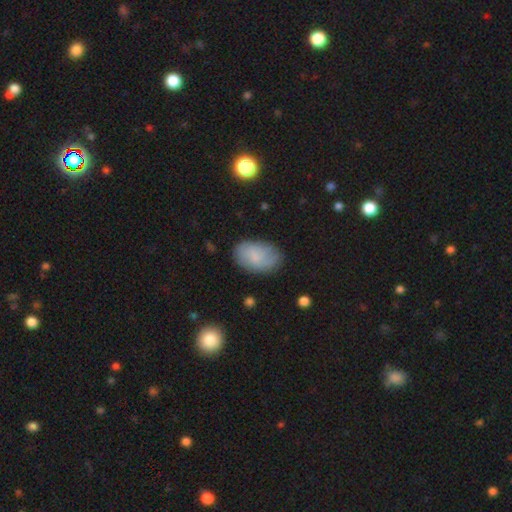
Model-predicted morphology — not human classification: A smooth galaxy with no disk features (69%) that is in between round and cigar-shaped (90%).

Vote fractions:
- Smooth or featured? smooth: 69% / featured or disk: 23% / star or artifact: 8%
- How rounded? in between: 90% / round: 8% / cigar-shaped: 1%
- Merging? none: 76% / minor disturbance: 18% / major disturbance: 5% / merger: 2%